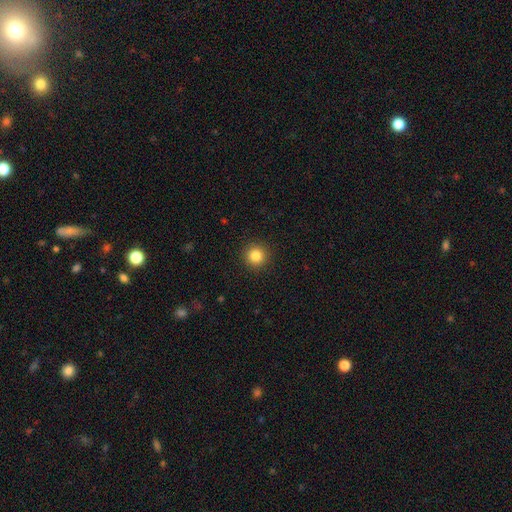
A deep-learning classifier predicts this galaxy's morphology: Q: Smooth or featured?
A: smooth (84%); runner-up: star or artifact (11%)
Q: How rounded?
A: round (95%); runner-up: in between (4%)
Q: Merging?
A: none (92%); runner-up: minor disturbance (5%)